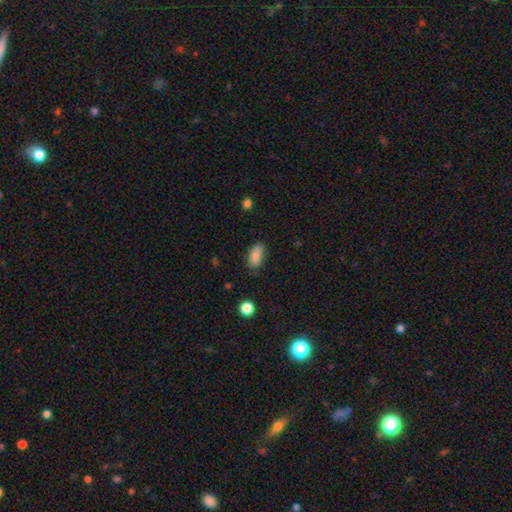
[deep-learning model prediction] Smooth or featured? Predicted: smooth (p=0.85). How rounded? Predicted: in between (p=0.90). Merging? Predicted: none (p=0.74).